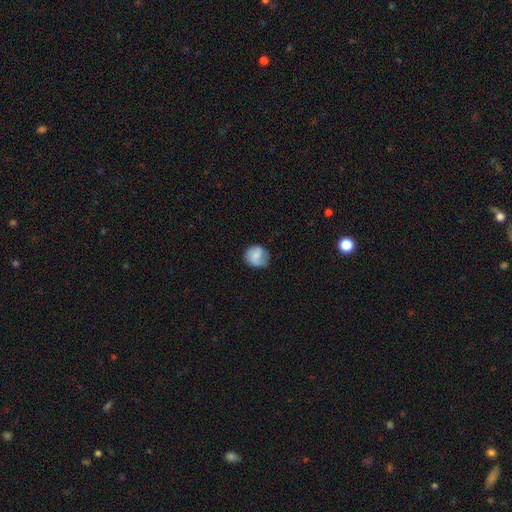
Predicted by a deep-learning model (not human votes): Smooth or featured?
  - smooth: 69% *
  - featured or disk: 23%
  - star or artifact: 8%
How rounded?
  - round: 84% *
  - in between: 15%
  - cigar-shaped: 1%
Merging?
  - none: 74% *
  - minor disturbance: 19%
  - major disturbance: 6%
  - merger: 1%